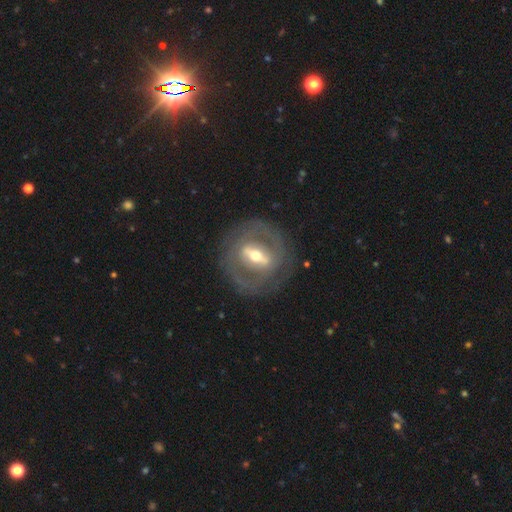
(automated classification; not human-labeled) This appears to be a featured or disk galaxy (79%) with a strong bar (63%), spiral arms (52%) and a moderate central bulge (65%). Merging: none (77%).